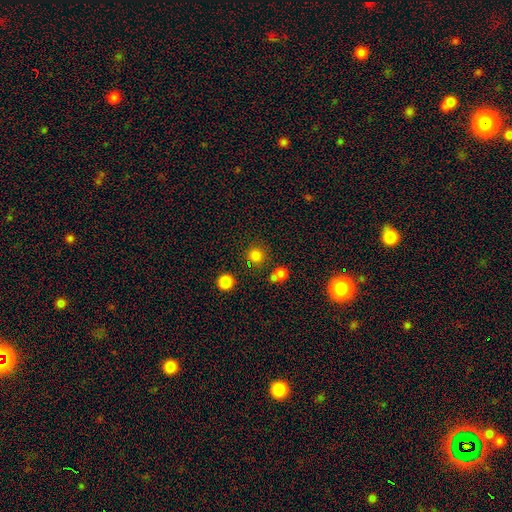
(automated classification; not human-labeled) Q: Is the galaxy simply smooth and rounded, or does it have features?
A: smooth — 80%.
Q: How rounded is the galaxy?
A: round — 93%.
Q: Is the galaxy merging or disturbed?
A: none — 80%.